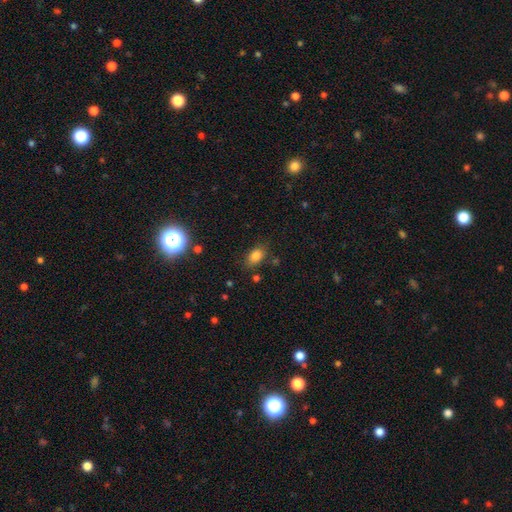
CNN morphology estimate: smooth 81%, star or artifact 12%, featured or disk 7%. Down the decision tree: how rounded — in between (82%); merging — none (77%).